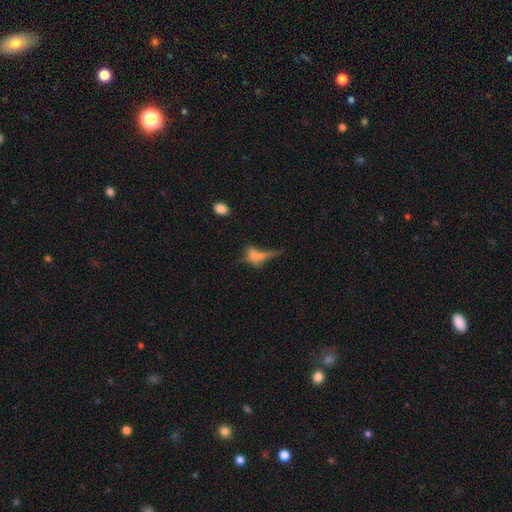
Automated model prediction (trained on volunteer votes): smooth 53%, featured or disk 32%, star or artifact 15%. Down the decision tree: how rounded — in between (52%); merging — none (33%).